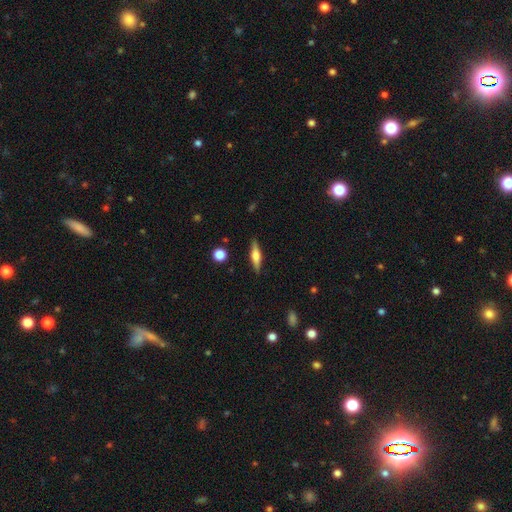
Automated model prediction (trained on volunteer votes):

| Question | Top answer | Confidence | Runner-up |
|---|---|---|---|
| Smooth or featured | featured or disk | 48% | smooth (45%) |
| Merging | none | 88% | minor disturbance (9%) |